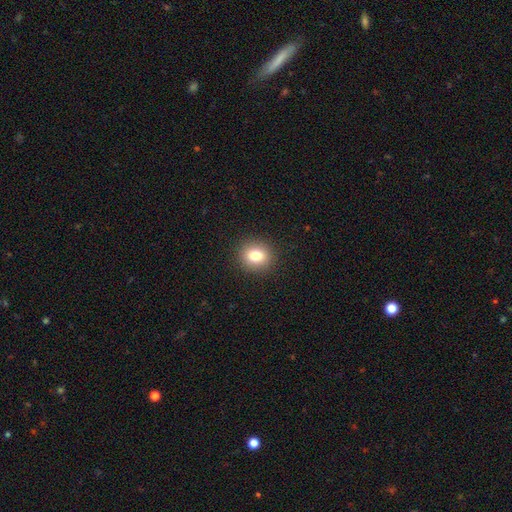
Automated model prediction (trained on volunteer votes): A smooth galaxy with no disk features (79%) that is round (78%).

Vote fractions:
- Smooth or featured? smooth: 79% / star or artifact: 12% / featured or disk: 9%
- How rounded? round: 78% / in between: 21% / cigar-shaped: 1%
- Merging? none: 91% / minor disturbance: 6% / major disturbance: 2% / merger: 1%